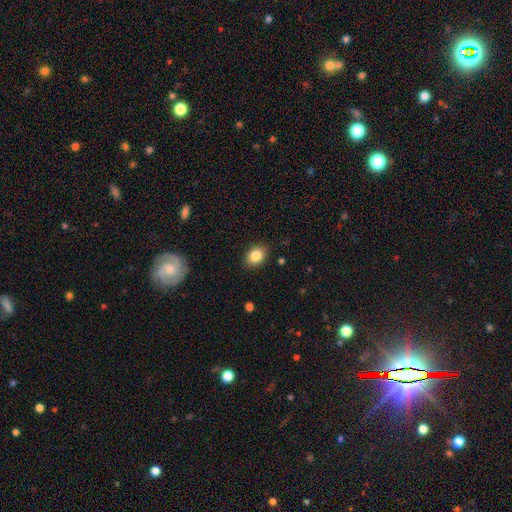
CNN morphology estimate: Smooth or featured? Predicted: smooth (p=0.85). How rounded? Predicted: in between (p=0.69). Merging? Predicted: none (p=0.86).